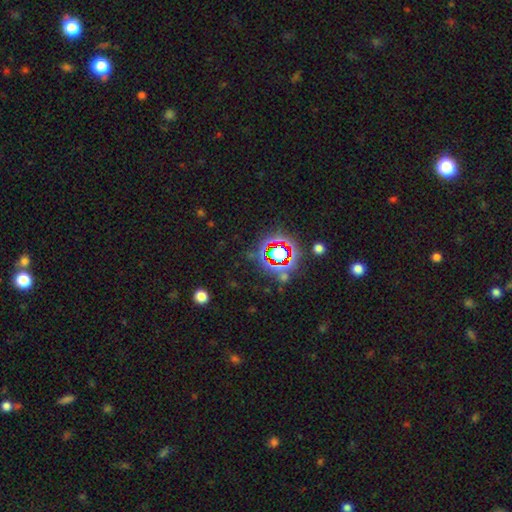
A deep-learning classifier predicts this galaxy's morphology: type=star or artifact (79%).